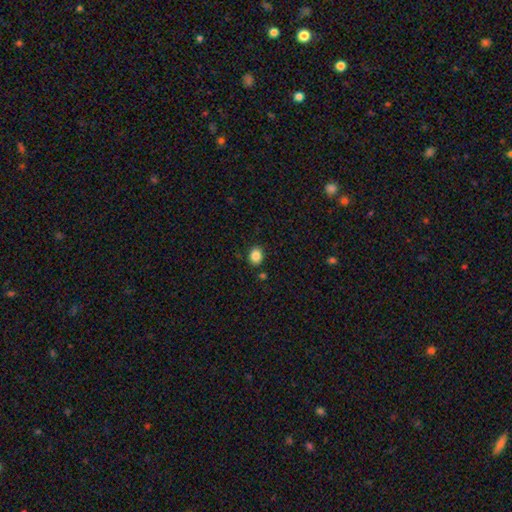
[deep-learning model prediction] This is clearly a smooth galaxy (86%). How rounded: possibly round (51%). Merging: clearly none (86%).